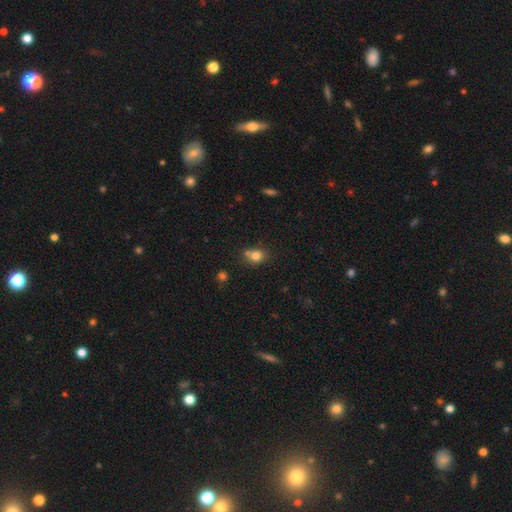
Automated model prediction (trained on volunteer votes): Smooth or featured? Predicted: smooth (p=0.78). How rounded? Predicted: round (p=0.67). Merging? Predicted: none (p=0.55).